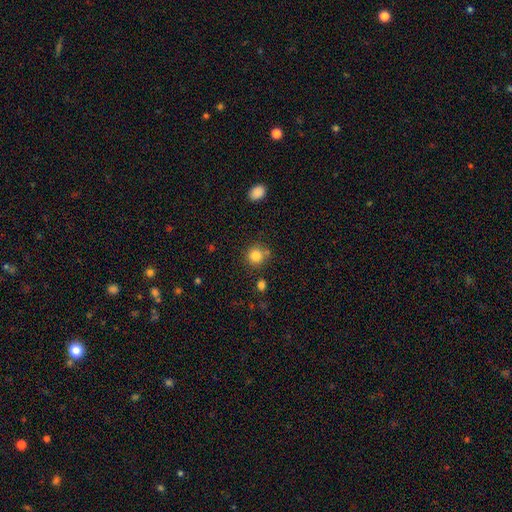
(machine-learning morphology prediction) Overall: smooth (83%). How rounded: round (91%). Merging: none (77%).